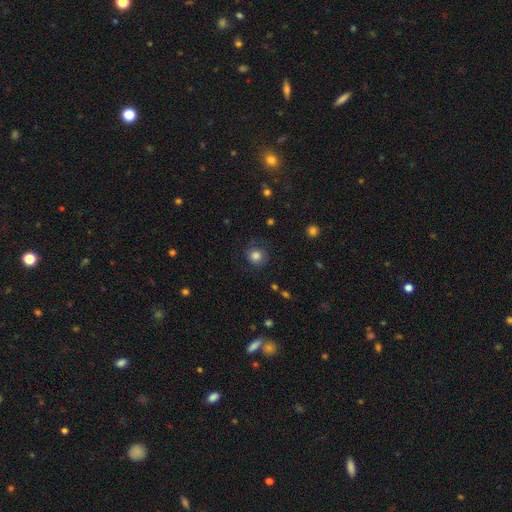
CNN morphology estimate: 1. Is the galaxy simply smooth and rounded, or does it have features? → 83% smooth, 10% star or artifact, 6% featured or disk.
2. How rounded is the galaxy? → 89% round, 10% in between, 1% cigar-shaped.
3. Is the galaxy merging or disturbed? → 81% none, 12% minor disturbance, 5% major disturbance, 1% merger.